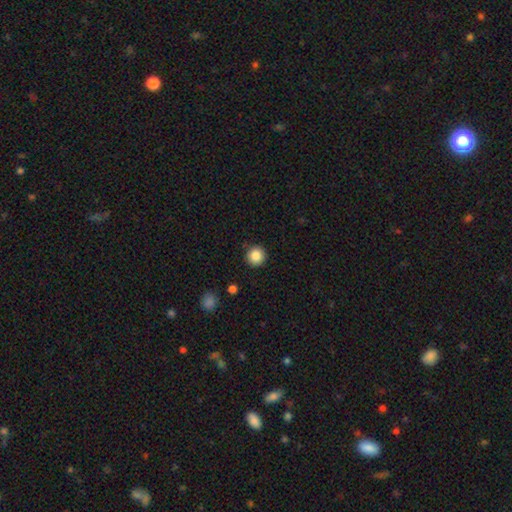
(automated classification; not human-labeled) Q: Smooth or featured?
A: smooth (86%); runner-up: star or artifact (9%)
Q: How rounded?
A: round (95%); runner-up: in between (4%)
Q: Merging?
A: none (90%); runner-up: minor disturbance (7%)